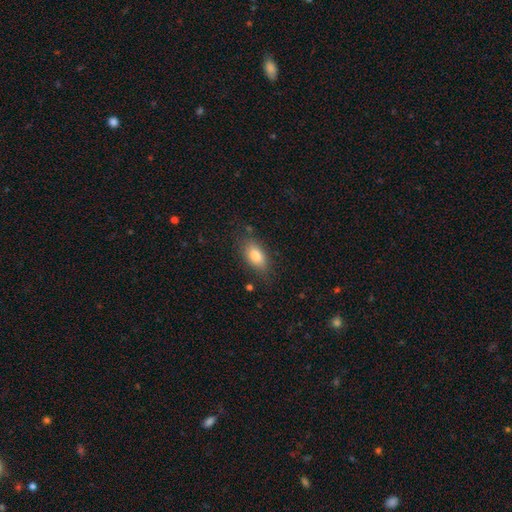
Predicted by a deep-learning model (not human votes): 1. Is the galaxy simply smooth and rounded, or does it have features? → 80% smooth, 12% featured or disk, 8% star or artifact.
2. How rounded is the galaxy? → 87% in between, 7% cigar-shaped, 6% round.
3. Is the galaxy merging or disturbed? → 79% none, 15% minor disturbance, 4% major disturbance, 2% merger.